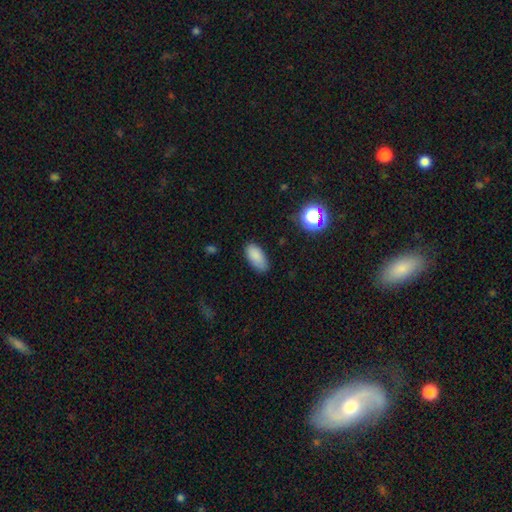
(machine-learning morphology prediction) A smooth galaxy with no disk features (85%) that is in between round and cigar-shaped (91%). Merging: none (78%).